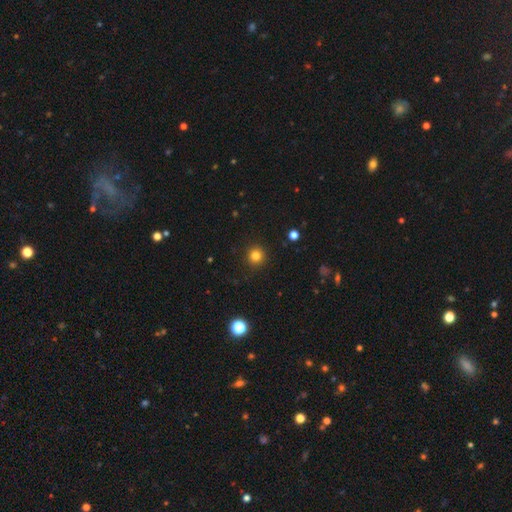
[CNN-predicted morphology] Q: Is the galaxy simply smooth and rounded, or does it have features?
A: smooth — 82%.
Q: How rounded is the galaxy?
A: round — 95%.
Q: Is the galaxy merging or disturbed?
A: none — 92%.